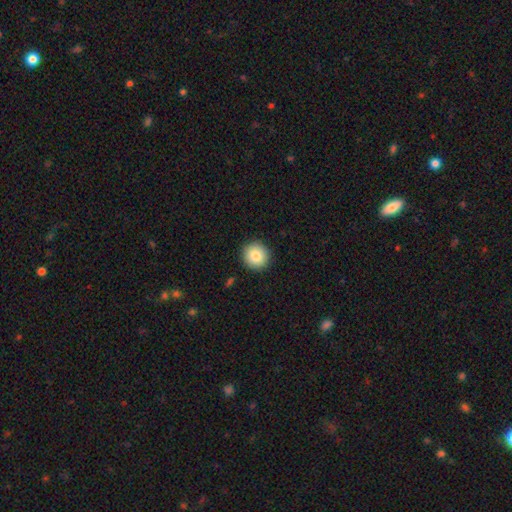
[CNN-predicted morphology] The model was most divided on "smooth or featured": smooth: 85%, star or artifact: 8%, featured or disk: 7%. More confident: how rounded — round (93%); merging — none (92%).